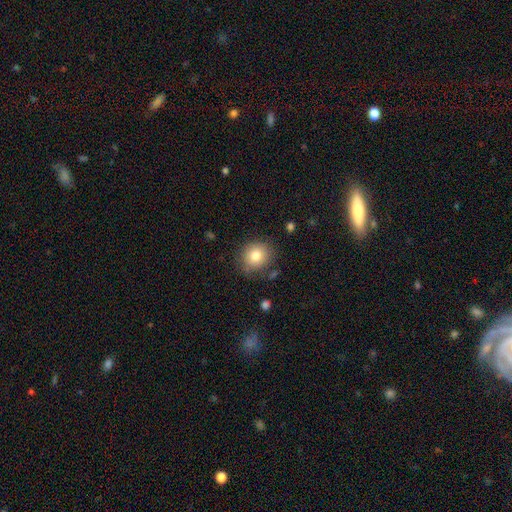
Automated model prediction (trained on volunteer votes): smooth 79%, featured or disk 10%, star or artifact 10%. Down the decision tree: how rounded — round (80%); merging — none (80%).